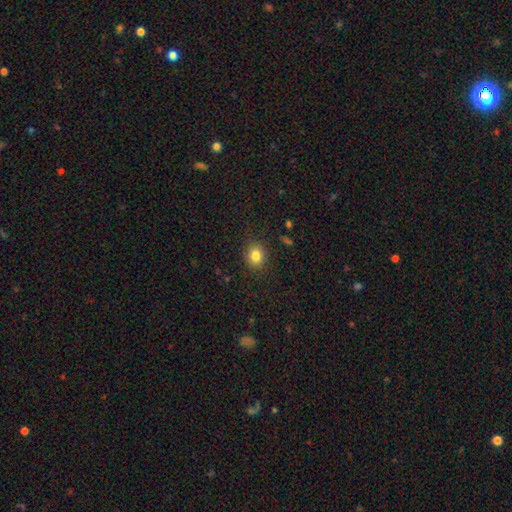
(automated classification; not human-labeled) A smooth galaxy with no disk features (82%) that is round (70%).

Vote fractions:
- Smooth or featured? smooth: 82% / star or artifact: 11% / featured or disk: 7%
- How rounded? round: 70% / in between: 29% / cigar-shaped: 1%
- Merging? none: 87% / minor disturbance: 9% / major disturbance: 3% / merger: 1%